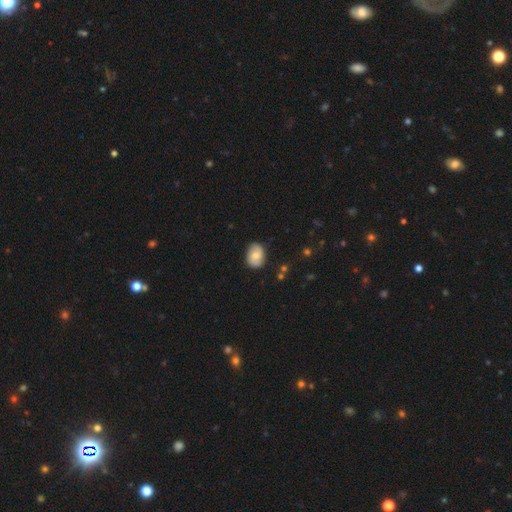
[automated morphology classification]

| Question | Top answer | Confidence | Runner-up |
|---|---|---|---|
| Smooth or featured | smooth | 63% | featured or disk (29%) |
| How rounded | in between | 74% | round (25%) |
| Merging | none | 82% | minor disturbance (14%) |